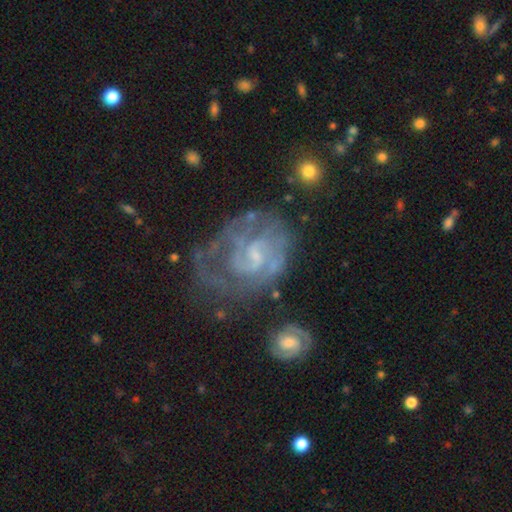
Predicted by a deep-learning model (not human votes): featured or disk 80%, smooth 12%, star or artifact 8%. Down the decision tree: edge-on disk — no (98%); bar — weak (49%); spiral arms — yes (85%); spiral arm count — 2 (38%); spiral winding — tight (47%); bulge size — small (51%); merging — none (44%).